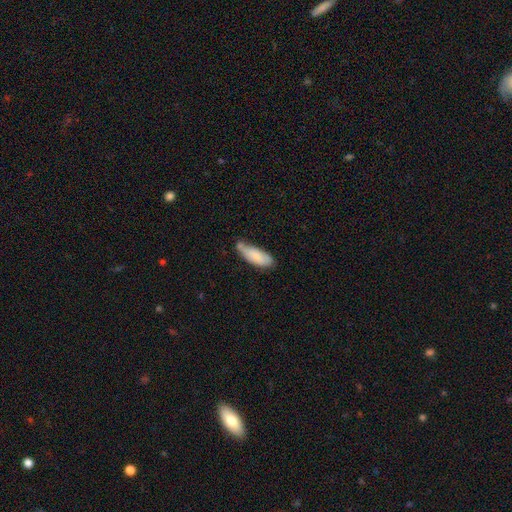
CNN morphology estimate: smooth 78%, featured or disk 15%, star or artifact 6%. Down the decision tree: how rounded — in between (67%); merging — none (44%).